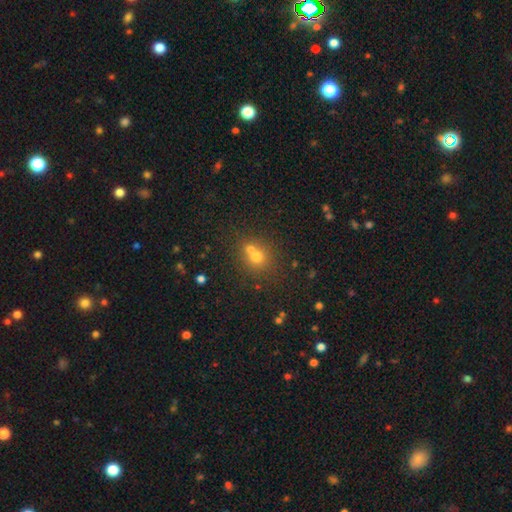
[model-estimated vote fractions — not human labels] Morphology: type=smooth (65%); roundness=round (82%); merging=none (46%).